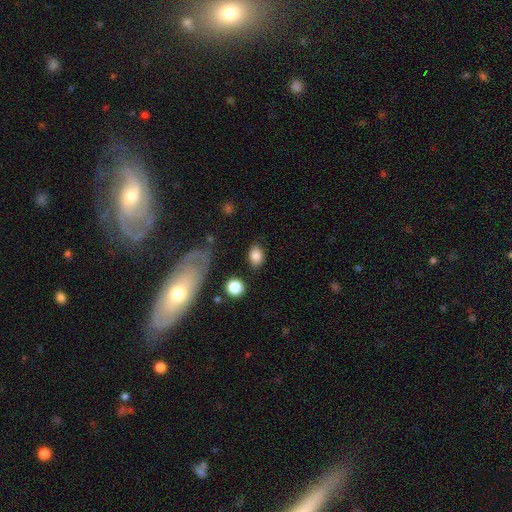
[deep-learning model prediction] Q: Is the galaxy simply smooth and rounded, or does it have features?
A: smooth — 84%.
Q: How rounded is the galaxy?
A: in between — 81%.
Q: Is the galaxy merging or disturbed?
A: none — 78%.